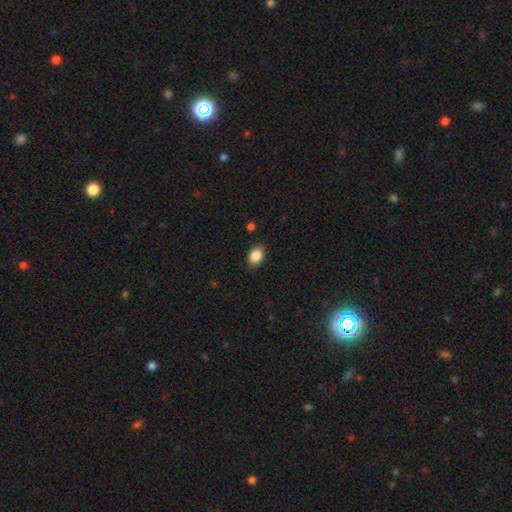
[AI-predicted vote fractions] smooth-or-featured: smooth: 88% | star or artifact: 8% | featured or disk: 4%
  how-rounded: in between: 80% | round: 19% | cigar-shaped: 1%
  merging: none: 86% | minor disturbance: 10% | major disturbance: 2% | merger: 1%